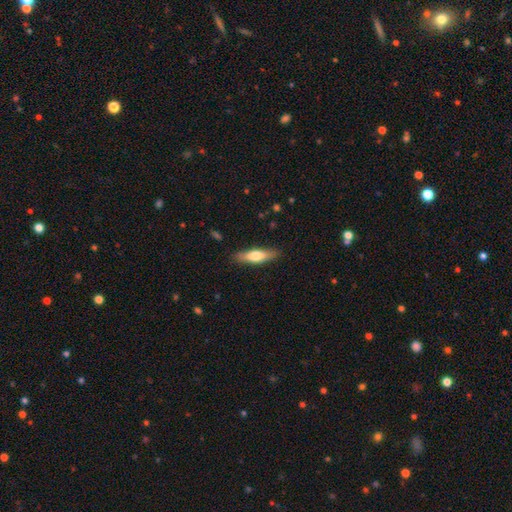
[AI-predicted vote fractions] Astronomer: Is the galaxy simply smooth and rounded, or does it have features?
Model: smooth — 63%.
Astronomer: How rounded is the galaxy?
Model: cigar-shaped — 65%.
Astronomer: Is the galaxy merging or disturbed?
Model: none — 86%.